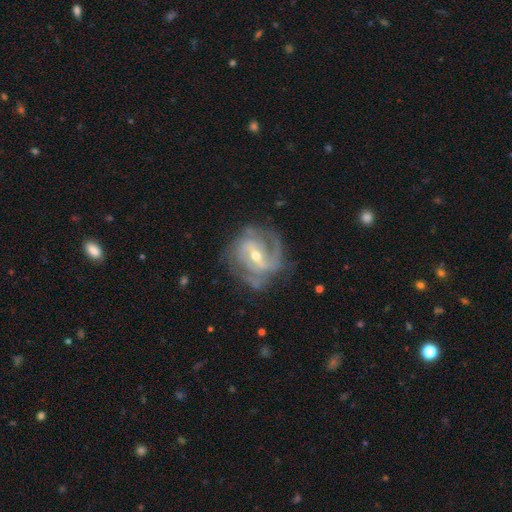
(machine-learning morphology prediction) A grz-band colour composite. It shows a featured or disk galaxy (87%) with a weak bar (43%), 2 (53%) medium (45%) spiral arms (93%) and a moderate central bulge (53%). Merging: none (63%).